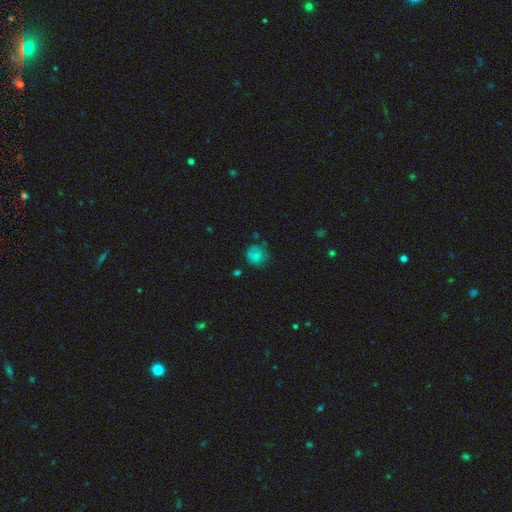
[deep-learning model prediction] smooth 76%, featured or disk 13%, star or artifact 12%. Down the decision tree: how rounded — round (86%); merging — none (68%).